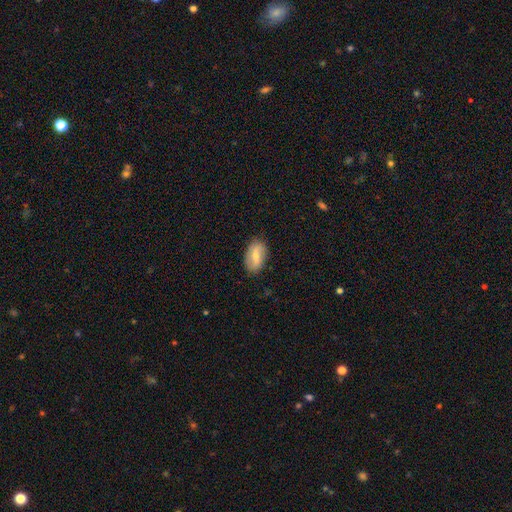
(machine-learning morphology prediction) Smooth or featured? Predicted: smooth (p=0.59). How rounded? Predicted: in between (p=0.91). Merging? Predicted: none (p=0.84).